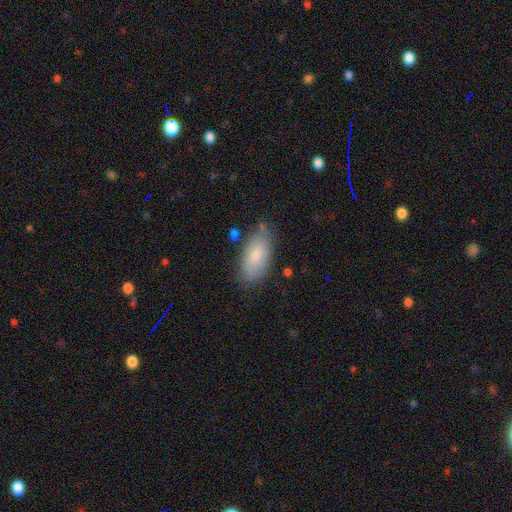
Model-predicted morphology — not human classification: A smooth galaxy with no disk features (79%) that is in between round and cigar-shaped (90%).

Vote fractions:
- Smooth or featured? smooth: 79% / featured or disk: 14% / star or artifact: 7%
- How rounded? in between: 90% / cigar-shaped: 8% / round: 2%
- Merging? none: 75% / minor disturbance: 18% / major disturbance: 4% / merger: 3%